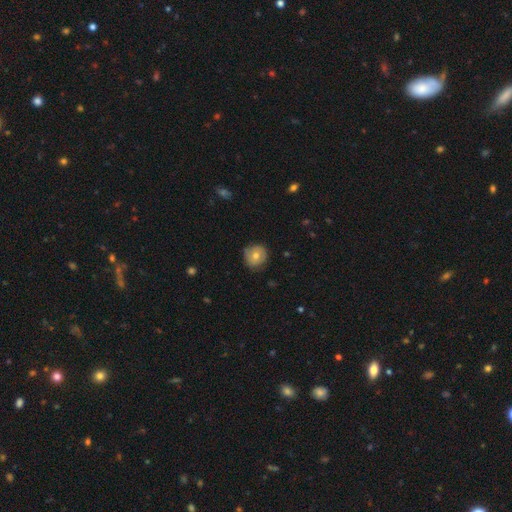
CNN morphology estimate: smooth 61%, featured or disk 31%, star or artifact 8%. Down the decision tree: how rounded — round (89%); merging — none (78%).